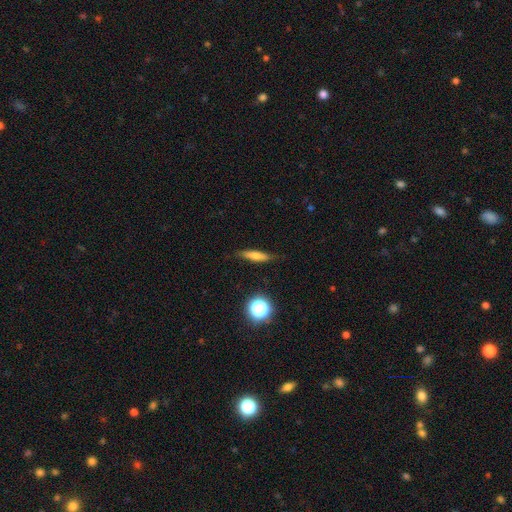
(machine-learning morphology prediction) type=smooth (65%); roundness=cigar-shaped (79%); merging=none (82%).